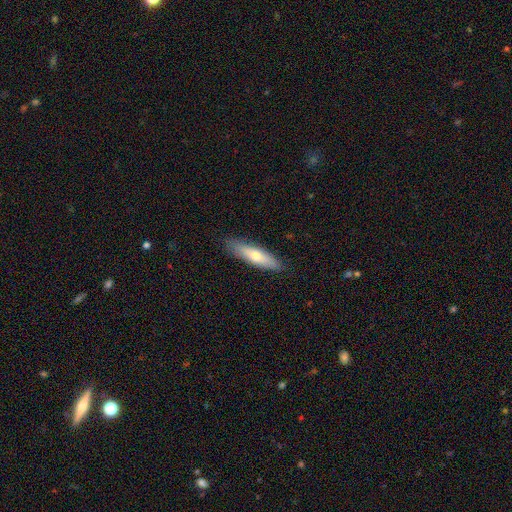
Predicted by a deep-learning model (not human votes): smooth-or-featured: smooth: 63% | featured or disk: 31% | star or artifact: 6%
  how-rounded: cigar-shaped: 70% | in between: 28% | round: 2%
  merging: none: 86% | minor disturbance: 10% | major disturbance: 2% | merger: 1%